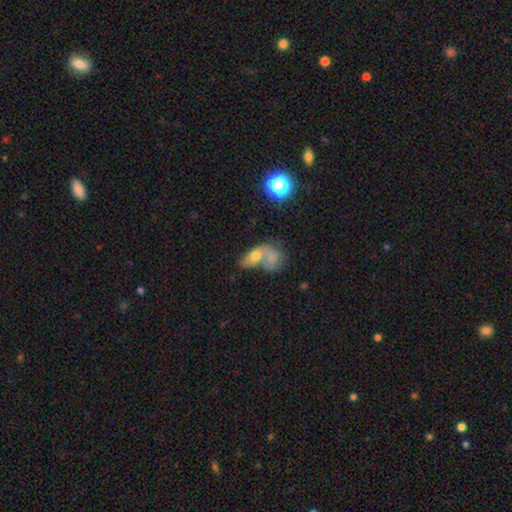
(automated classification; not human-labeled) A smooth galaxy with no disk features (51%) that is in between round and cigar-shaped (66%).

Vote fractions:
- Smooth or featured? smooth: 51% / featured or disk: 33% / star or artifact: 16%
- How rounded? in between: 66% / round: 29% / cigar-shaped: 5%
- Merging? merger: 55% / major disturbance: 18% / none: 17% / minor disturbance: 10%